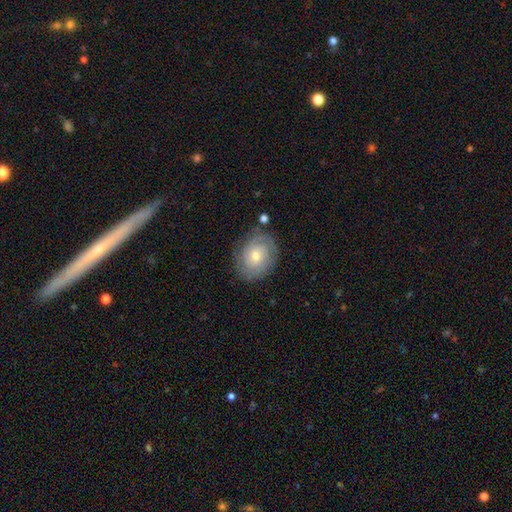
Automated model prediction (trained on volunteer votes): Smooth or featured: featured or disk — 65% (smooth — 28%)
Edge-on disk: no — 97% (yes — 3%)
Bar: no — 77% (weak — 19%)
Spiral arms: yes — 87% (no — 13%)
Spiral winding: tight — 70% (medium — 23%)
Spiral arm count: can't tell — 37% (2 — 34%)
Bulge size: moderate — 52% (small — 43%)
Merging: none — 79% (minor disturbance — 14%)